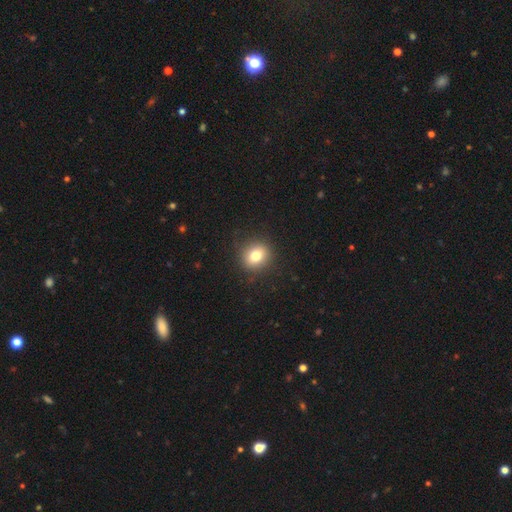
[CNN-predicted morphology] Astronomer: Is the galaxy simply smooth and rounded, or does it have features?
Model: smooth — 78%.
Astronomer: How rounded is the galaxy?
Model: round — 76%.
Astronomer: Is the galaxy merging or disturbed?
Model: none — 88%.